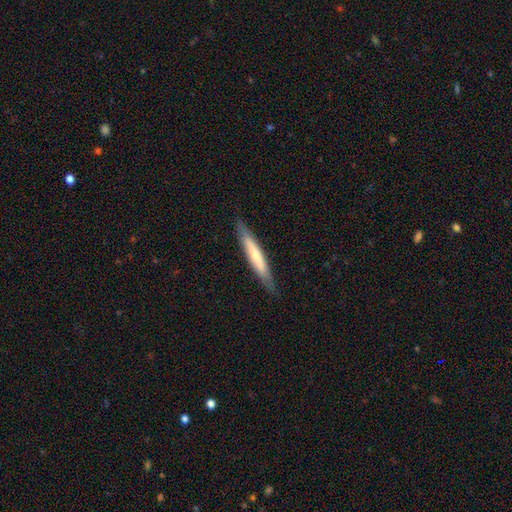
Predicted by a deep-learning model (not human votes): A smooth galaxy with no disk features (53%) that is cigar-shaped (94%). Merging: none (87%).